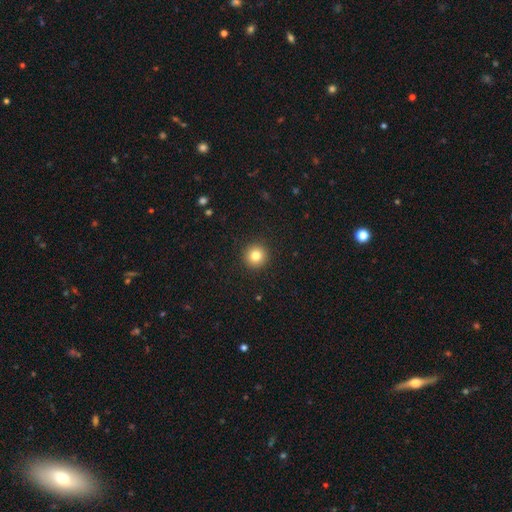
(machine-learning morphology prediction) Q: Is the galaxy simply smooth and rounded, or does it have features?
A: smooth — 81%.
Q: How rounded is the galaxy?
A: round — 95%.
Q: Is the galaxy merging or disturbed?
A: none — 93%.